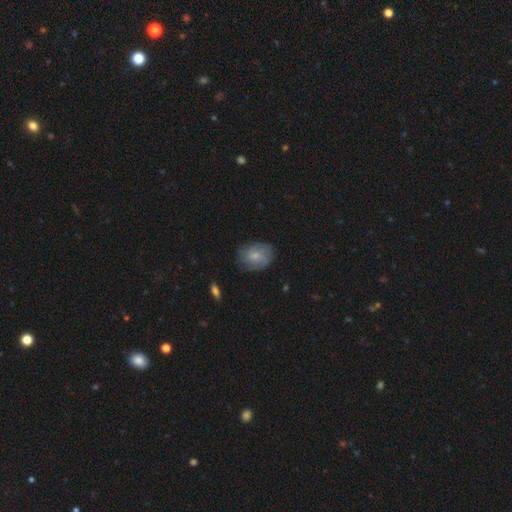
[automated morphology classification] Smooth or featured?
  - smooth: 55% *
  - featured or disk: 37%
  - star or artifact: 8%
How rounded?
  - in between: 64% *
  - round: 34%
  - cigar-shaped: 1%
Merging?
  - none: 76% *
  - minor disturbance: 18%
  - major disturbance: 5%
  - merger: 1%